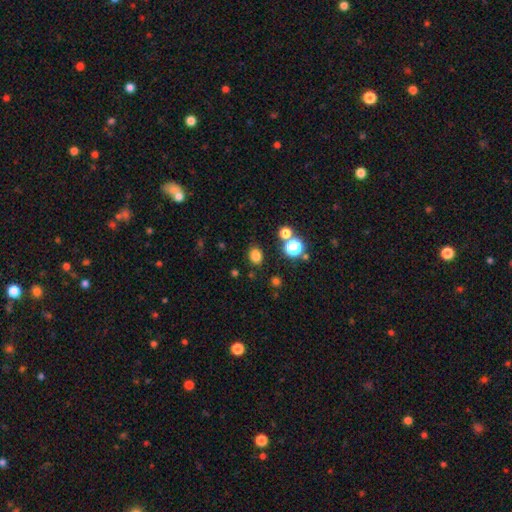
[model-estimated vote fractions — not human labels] Morphology: type=smooth (78%); roundness=round (50%); merging=none (83%).